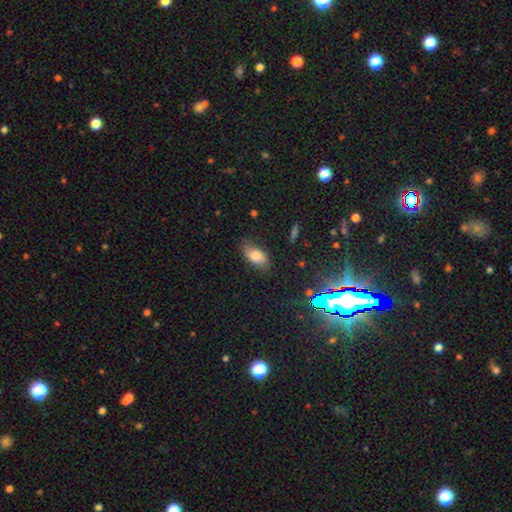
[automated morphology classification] Smooth or featured? Predicted: smooth (p=0.70). How rounded? Predicted: in between (p=0.91). Merging? Predicted: none (p=0.68).